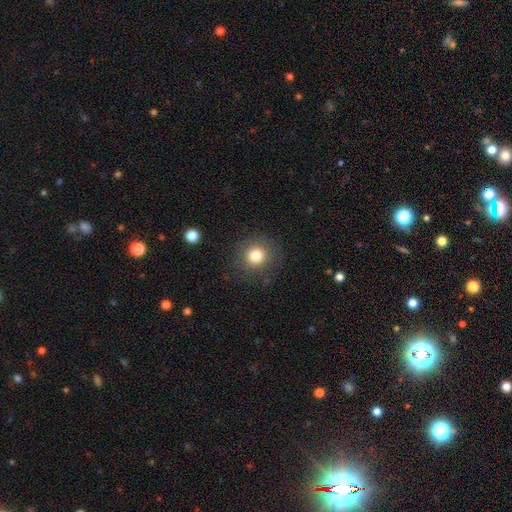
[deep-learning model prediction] smooth_or_featured: smooth (p=0.81) [alt: star or artifact p=0.11]
how_rounded: round (p=0.90) [alt: in between p=0.09]
merging: none (p=0.87) [alt: minor disturbance p=0.08]